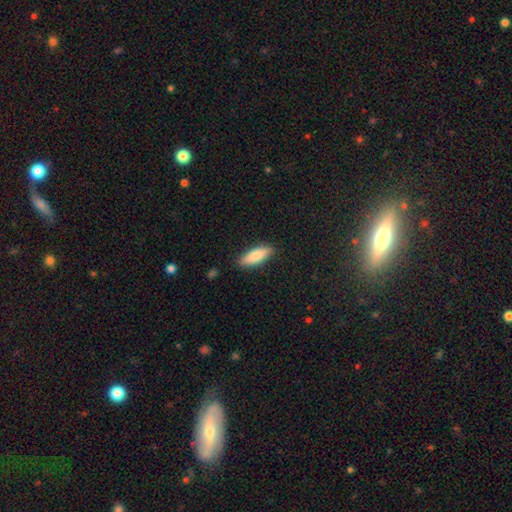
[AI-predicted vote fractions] This appears to be a smooth galaxy with no disk features (80%) that is in between round and cigar-shaped (56%). Merging: none (87%).